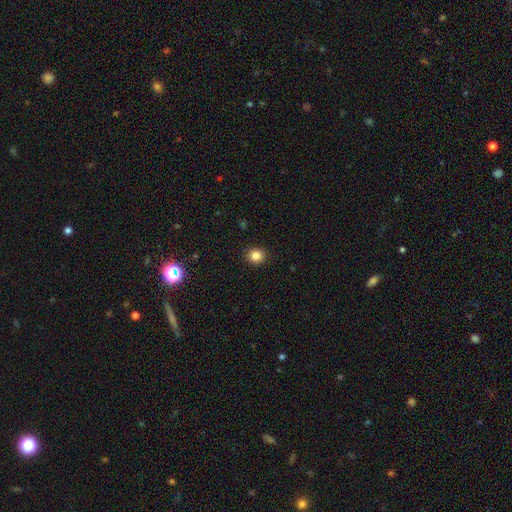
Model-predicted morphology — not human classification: smooth-or-featured: smooth: 85% | star or artifact: 11% | featured or disk: 4%
  how-rounded: round: 85% | in between: 15% | cigar-shaped: 1%
  merging: none: 92% | minor disturbance: 5% | major disturbance: 2% | merger: 1%